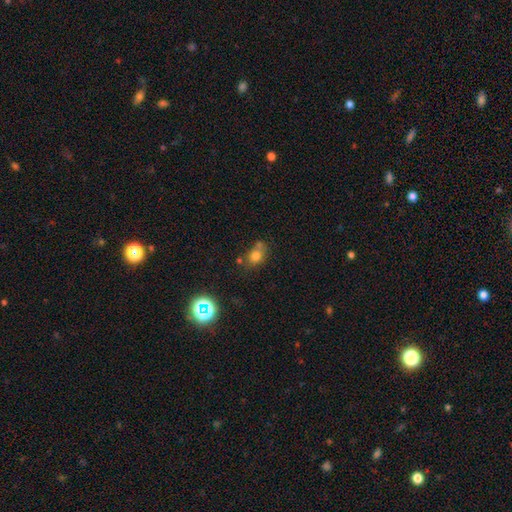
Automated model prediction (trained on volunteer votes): A smooth galaxy with no disk features (72%) that is round (55%). Merging: none (48%).